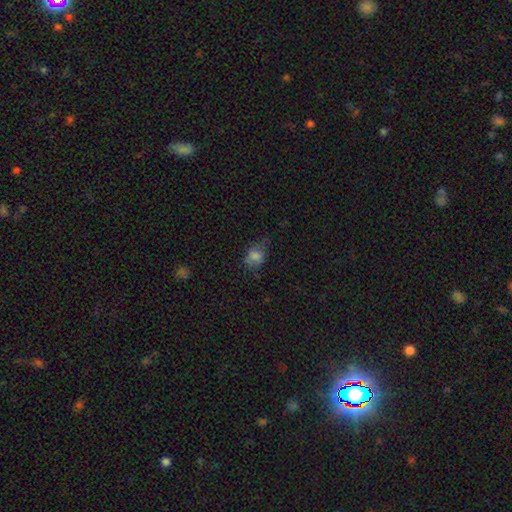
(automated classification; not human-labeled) Smooth or featured? Predicted: smooth (p=0.74). How rounded? Predicted: in between (p=0.62). Merging? Predicted: none (p=0.46).